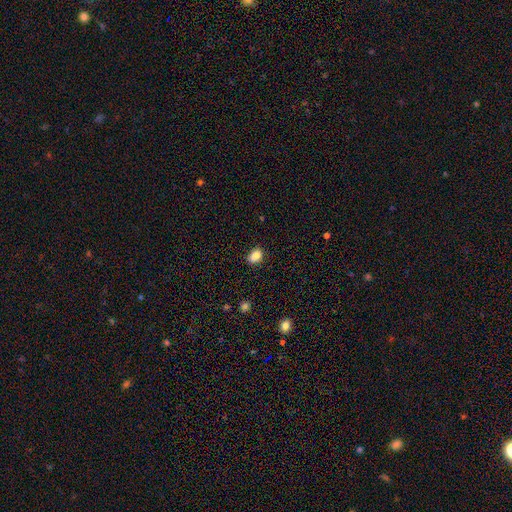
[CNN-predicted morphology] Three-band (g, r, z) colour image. It shows a smooth galaxy with no disk features (83%) that is in between round and cigar-shaped (73%). Merging: none (68%).